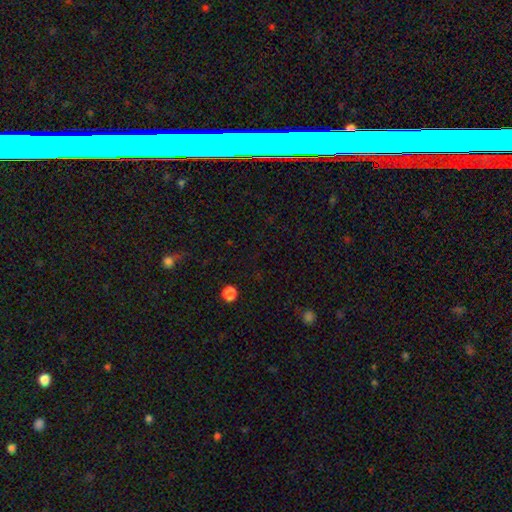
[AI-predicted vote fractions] Overall: star or artifact (57%; smooth 36%).